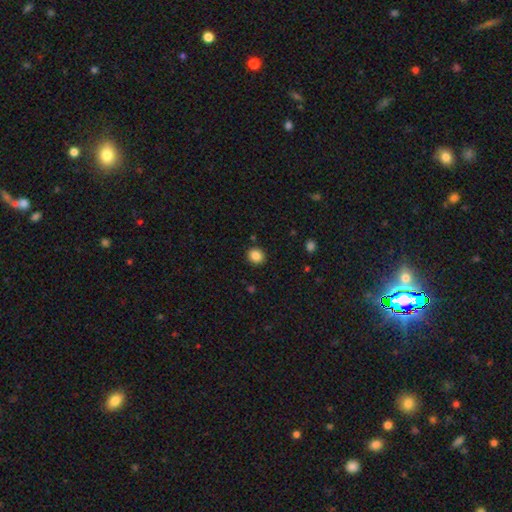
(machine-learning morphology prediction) Smooth or featured? Predicted: smooth (p=0.86). How rounded? Predicted: round (p=0.85). Merging? Predicted: none (p=0.90).